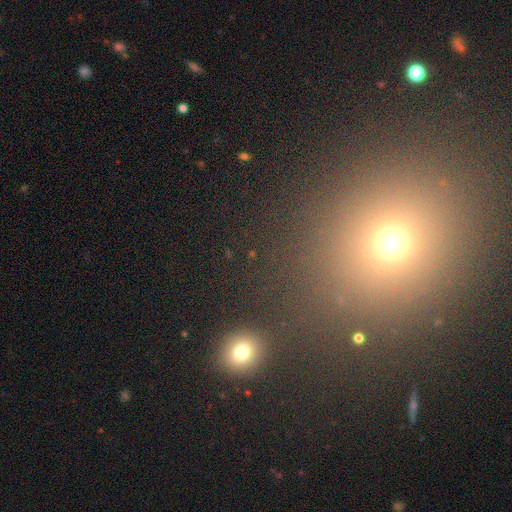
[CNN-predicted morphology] A smooth galaxy with no disk features (54%) that is round (80%).

Vote fractions:
- Smooth or featured? smooth: 54% / star or artifact: 37% / featured or disk: 9%
- How rounded? round: 80% / in between: 18% / cigar-shaped: 2%
- Merging? none: 84% / minor disturbance: 7% / merger: 5% / major disturbance: 4%